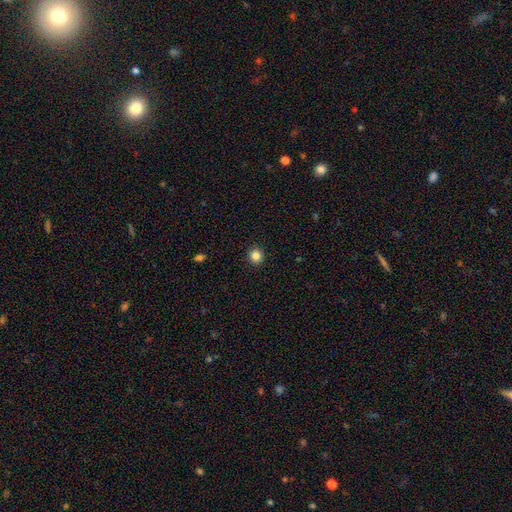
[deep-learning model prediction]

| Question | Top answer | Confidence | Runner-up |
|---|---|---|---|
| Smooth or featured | smooth | 84% | star or artifact (12%) |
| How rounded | round | 94% | in between (5%) |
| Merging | none | 93% | minor disturbance (5%) |